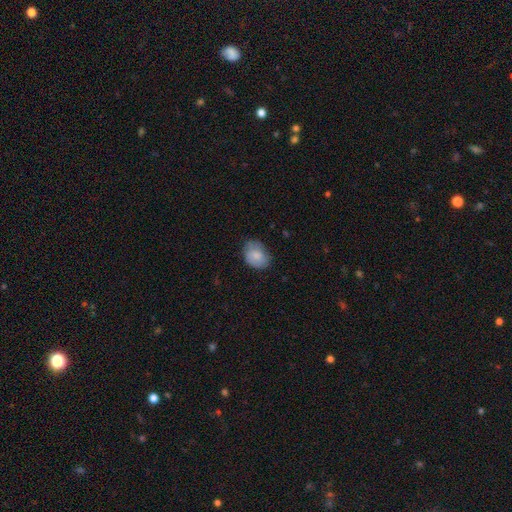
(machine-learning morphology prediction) A smooth galaxy with no disk features (79%) that is in between round and cigar-shaped (70%).

Vote fractions:
- Smooth or featured? smooth: 79% / featured or disk: 14% / star or artifact: 7%
- How rounded? in between: 70% / round: 29% / cigar-shaped: 1%
- Merging? none: 65% / minor disturbance: 27% / major disturbance: 7% / merger: 1%